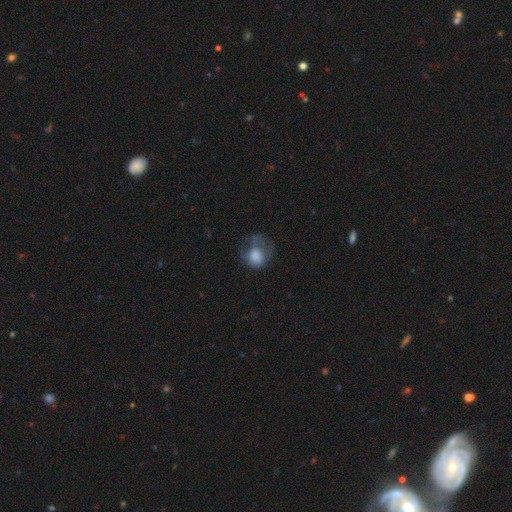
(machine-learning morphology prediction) Overall: smooth (68%). How rounded: round (57%; in between 42%). Merging: major disturbance (42%; none 30%).